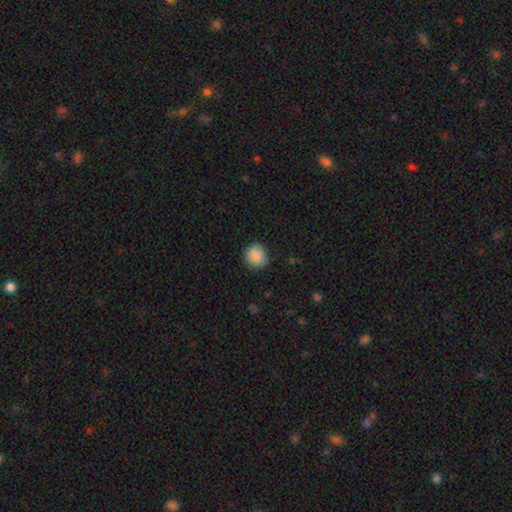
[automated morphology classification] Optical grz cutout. It shows a smooth galaxy with no disk features (87%) that is round (84%). Merging: none (83%).